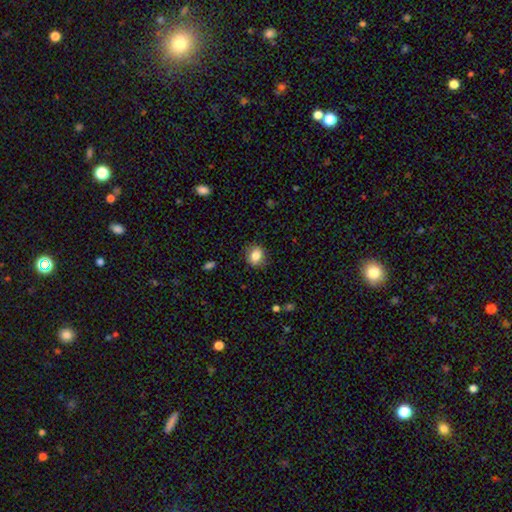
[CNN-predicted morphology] A smooth galaxy with no disk features (84%) that is round (72%). Merging: none (87%).